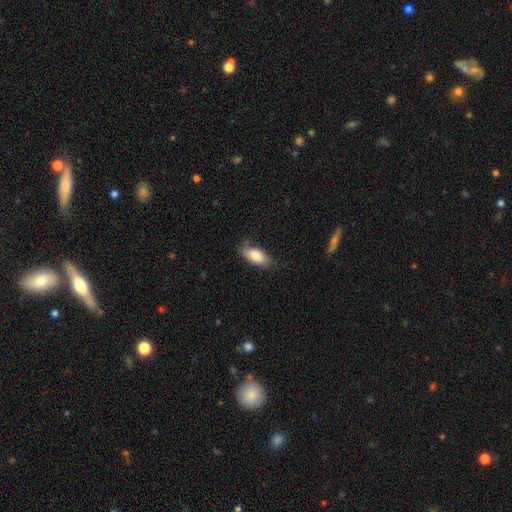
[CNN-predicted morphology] Smooth or featured? Predicted: smooth (p=0.84). How rounded? Predicted: in between (p=0.88). Merging? Predicted: none (p=0.67).